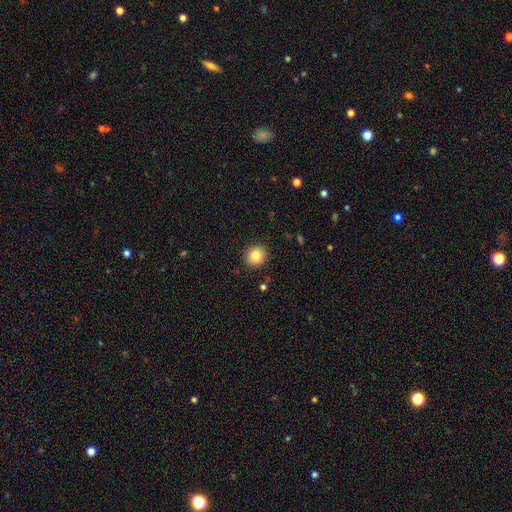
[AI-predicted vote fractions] smooth 85%, star or artifact 9%, featured or disk 6%. Down the decision tree: how rounded — round (84%); merging — none (90%).